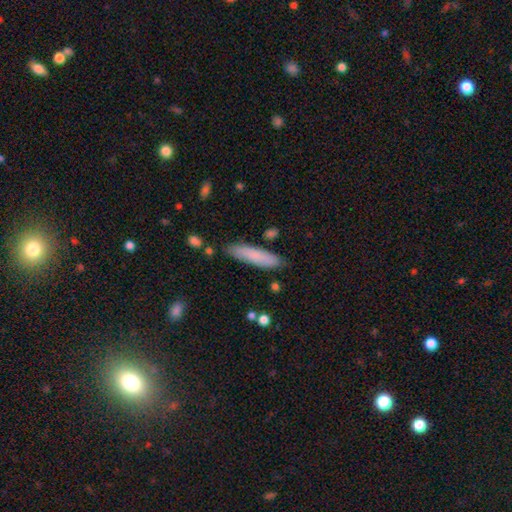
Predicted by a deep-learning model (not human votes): Smooth or featured? Predicted: smooth (p=0.81). How rounded? Predicted: cigar-shaped (p=0.82). Merging? Predicted: none (p=0.83).